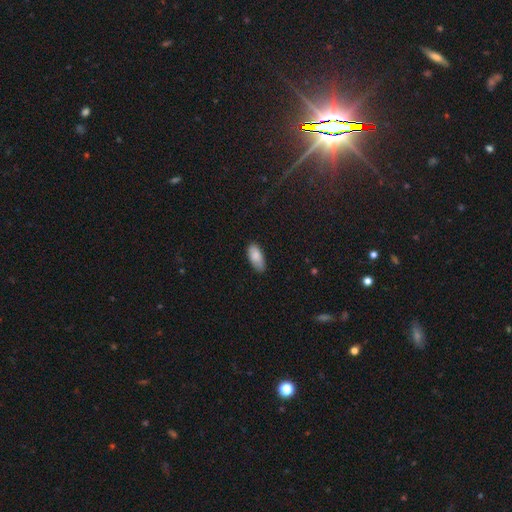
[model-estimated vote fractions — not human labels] This is clearly a smooth galaxy (85%). How rounded: clearly in between (88%). Merging: likely none (71%).